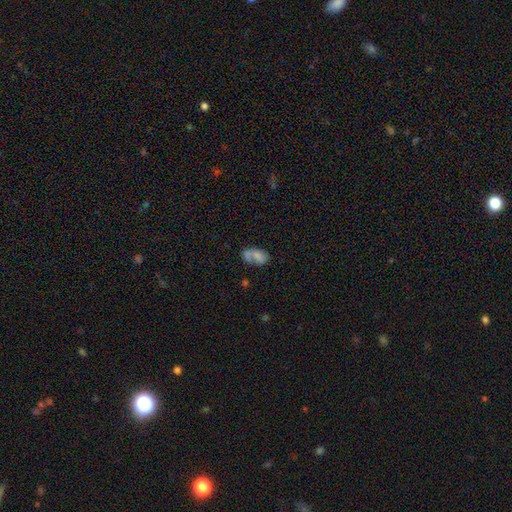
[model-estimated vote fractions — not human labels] Smooth or featured?
  - smooth: 61% *
  - featured or disk: 29%
  - star or artifact: 11%
How rounded?
  - in between: 87% *
  - round: 11%
  - cigar-shaped: 2%
Merging?
  - merger: 36% *
  - none: 32%
  - minor disturbance: 18%
  - major disturbance: 14%